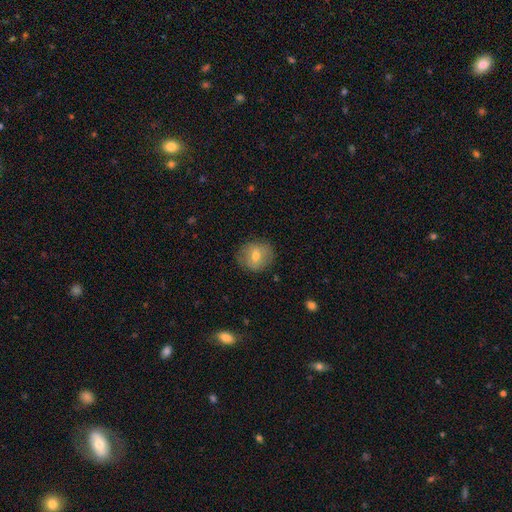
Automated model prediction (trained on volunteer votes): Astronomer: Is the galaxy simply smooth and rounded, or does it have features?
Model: smooth — 66%.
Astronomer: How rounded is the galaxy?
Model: round — 81%.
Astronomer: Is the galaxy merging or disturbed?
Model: none — 80%.